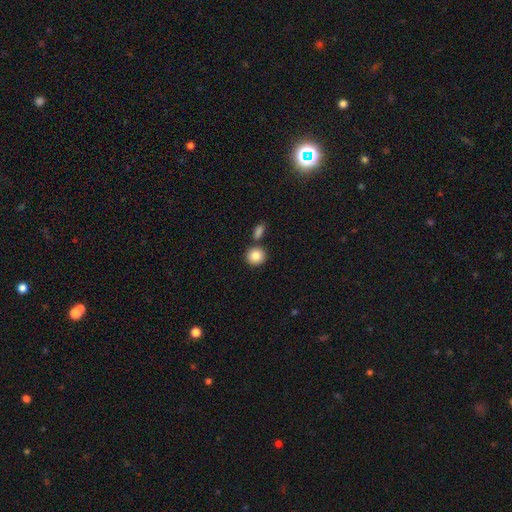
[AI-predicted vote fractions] A smooth galaxy with no disk features (86%) that is round (87%).

Vote fractions:
- Smooth or featured? smooth: 86% / star or artifact: 8% / featured or disk: 6%
- How rounded? round: 87% / in between: 12% / cigar-shaped: 1%
- Merging? none: 75% / merger: 14% / minor disturbance: 8% / major disturbance: 3%